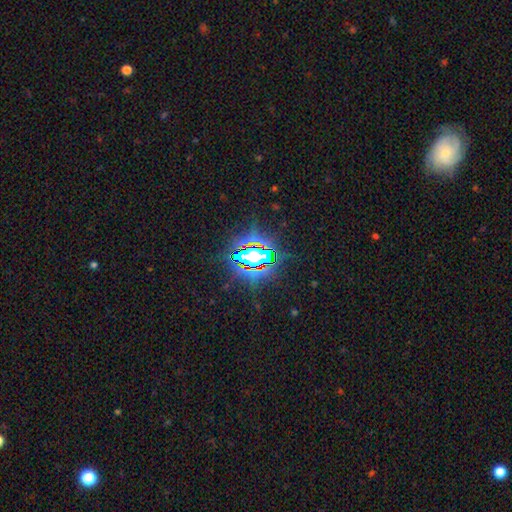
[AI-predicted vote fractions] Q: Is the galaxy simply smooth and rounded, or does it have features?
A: star or artifact — 79%.